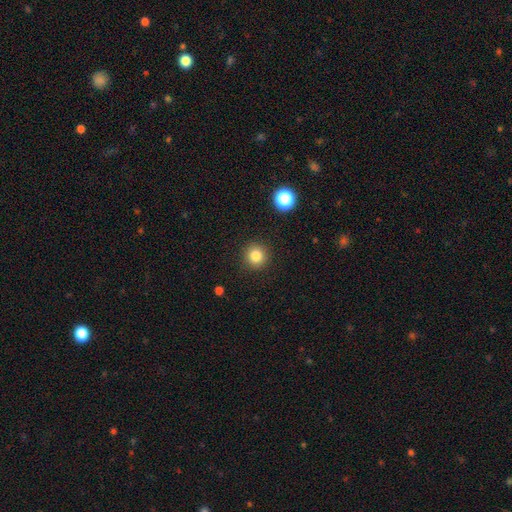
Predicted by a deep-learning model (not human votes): A smooth galaxy with no disk features (83%) that is round (93%).

Vote fractions:
- Smooth or featured? smooth: 83% / star or artifact: 12% / featured or disk: 6%
- How rounded? round: 93% / in between: 6% / cigar-shaped: 1%
- Merging? none: 91% / minor disturbance: 6% / major disturbance: 2% / merger: 1%